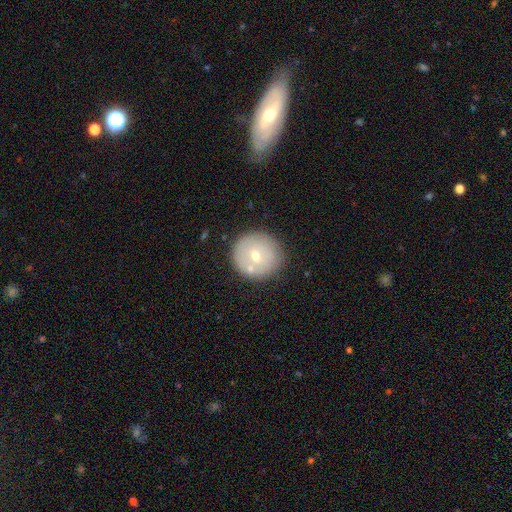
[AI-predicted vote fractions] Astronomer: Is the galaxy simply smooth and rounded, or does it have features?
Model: smooth — 61%.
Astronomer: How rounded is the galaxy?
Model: round — 95%.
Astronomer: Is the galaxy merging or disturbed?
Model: none — 79%.